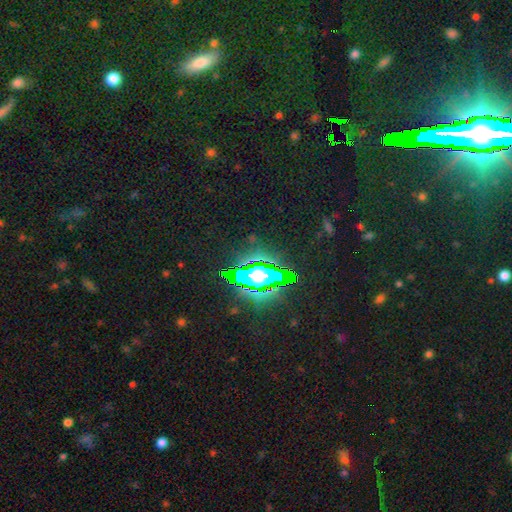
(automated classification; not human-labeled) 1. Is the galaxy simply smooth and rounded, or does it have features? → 75% star or artifact, 15% smooth, 10% featured or disk.